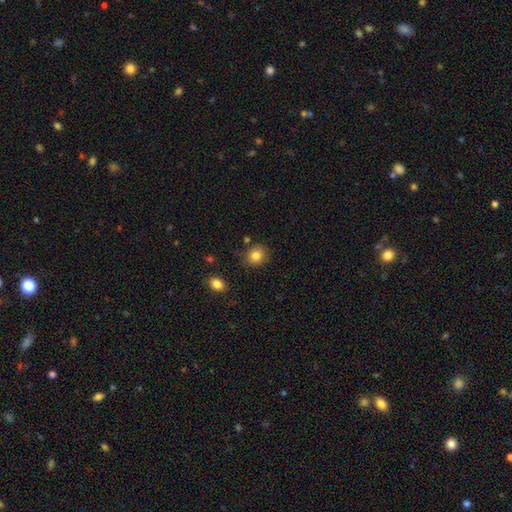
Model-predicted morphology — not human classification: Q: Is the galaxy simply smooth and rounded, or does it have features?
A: smooth — 82%.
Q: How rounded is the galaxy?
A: round — 77%.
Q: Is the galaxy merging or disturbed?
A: none — 79%.